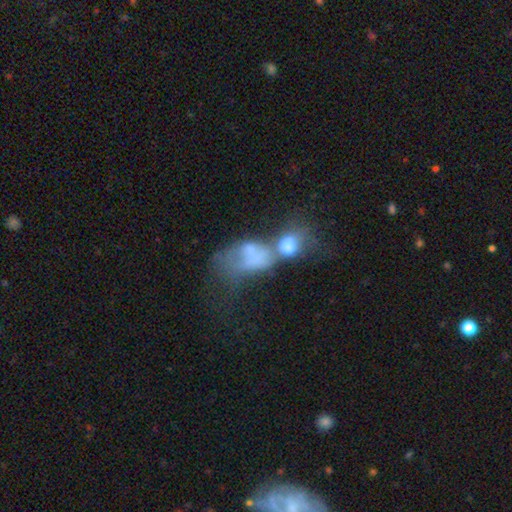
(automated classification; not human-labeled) Q: Smooth or featured?
A: smooth (43%); runner-up: featured or disk (39%)
Q: Merging?
A: merger (63%); runner-up: major disturbance (19%)